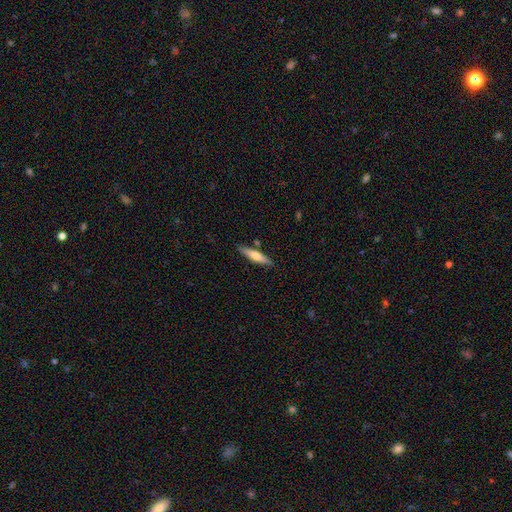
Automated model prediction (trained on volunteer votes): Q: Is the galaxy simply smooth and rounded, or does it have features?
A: smooth — 56%.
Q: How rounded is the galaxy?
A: cigar-shaped — 82%.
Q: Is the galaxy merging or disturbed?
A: none — 85%.